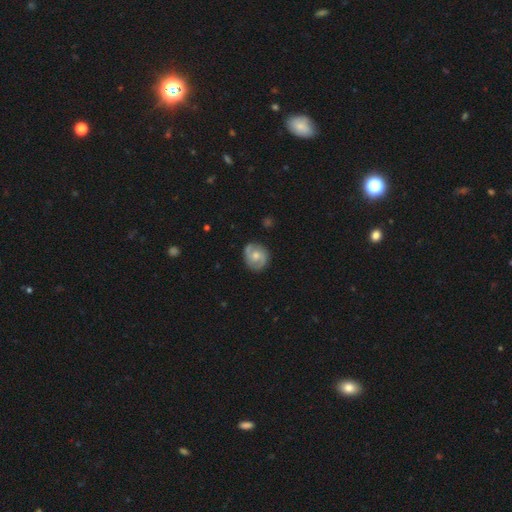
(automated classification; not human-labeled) Smooth or featured?
  - featured or disk: 74% *
  - smooth: 20%
  - star or artifact: 6%
Edge-on disk?
  - no: 98% *
  - yes: 2%
Bar?
  - no: 61% *
  - weak: 34%
  - strong: 5%
Spiral arms?
  - yes: 94% *
  - no: 6%
Spiral winding?
  - medium: 47% *
  - tight: 37%
  - loose: 17%
Spiral arm count?
  - 2: 87% *
  - can't tell: 6%
  - 3: 3%
  - 1: 2%
  - 4: 1%
  - more than 4: 1%
Bulge size?
  - moderate: 62% *
  - small: 32%
  - large: 3%
  - none: 2%
  - dominant: 1%
Merging?
  - none: 82% *
  - minor disturbance: 14%
  - major disturbance: 3%
  - merger: 1%